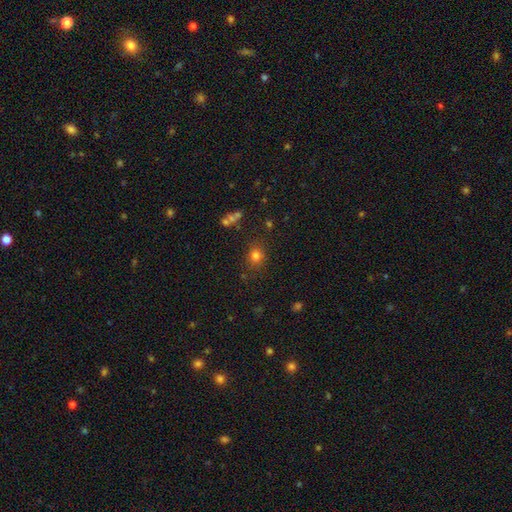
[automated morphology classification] A smooth galaxy with no disk features (76%) that is round (77%).

Vote fractions:
- Smooth or featured? smooth: 76% / star or artifact: 17% / featured or disk: 7%
- How rounded? round: 77% / in between: 22% / cigar-shaped: 1%
- Merging? none: 82% / minor disturbance: 11% / major disturbance: 4% / merger: 3%